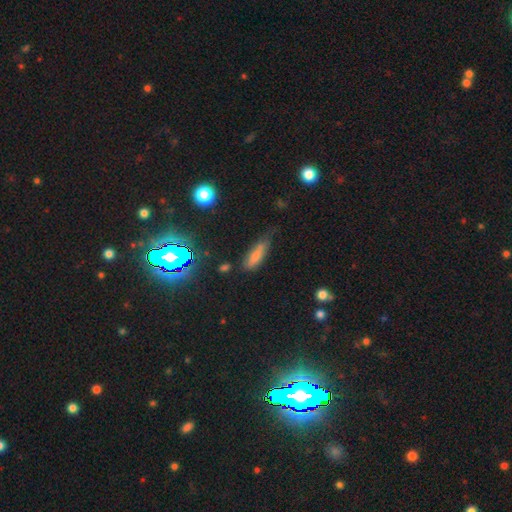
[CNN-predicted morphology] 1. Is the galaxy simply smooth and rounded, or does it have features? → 73% smooth, 14% featured or disk, 12% star or artifact.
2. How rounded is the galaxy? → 51% in between, 46% cigar-shaped, 3% round.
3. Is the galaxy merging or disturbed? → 48% none, 35% minor disturbance, 13% major disturbance, 4% merger.